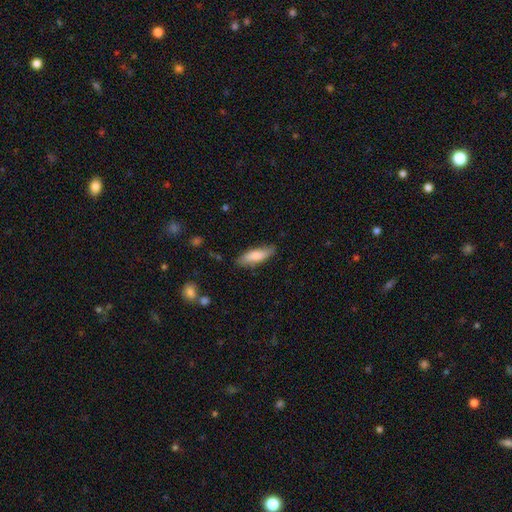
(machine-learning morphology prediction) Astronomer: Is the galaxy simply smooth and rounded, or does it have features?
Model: smooth — 78%.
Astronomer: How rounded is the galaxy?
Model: in between — 51% (runner-up: cigar-shaped, 48%).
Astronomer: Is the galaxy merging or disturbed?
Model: none — 82%.